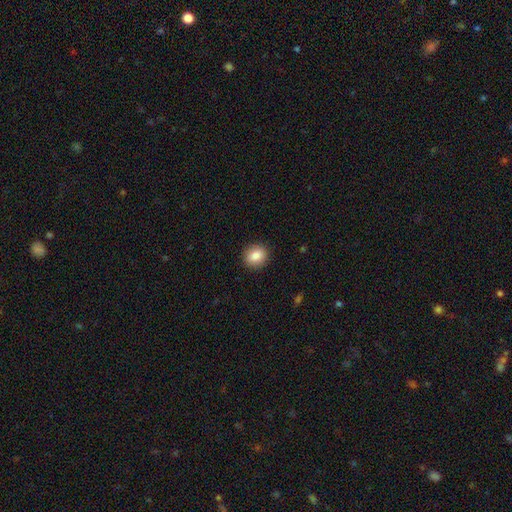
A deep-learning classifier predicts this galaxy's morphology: This is clearly a smooth galaxy (86%). How rounded: likely round (76%). Merging: clearly none (91%).